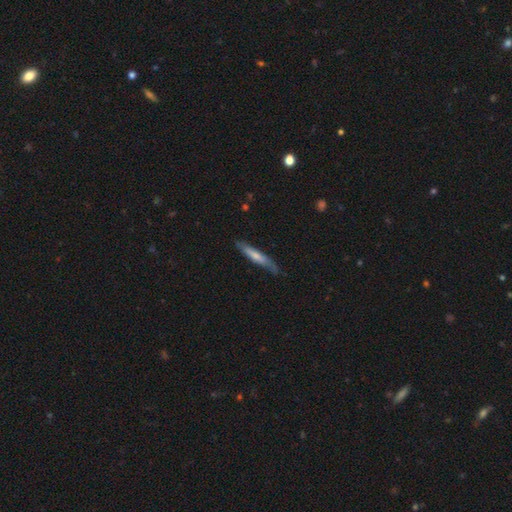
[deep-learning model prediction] This appears to be a smooth galaxy with no disk features (58%) that is cigar-shaped (90%). Merging: none (76%).